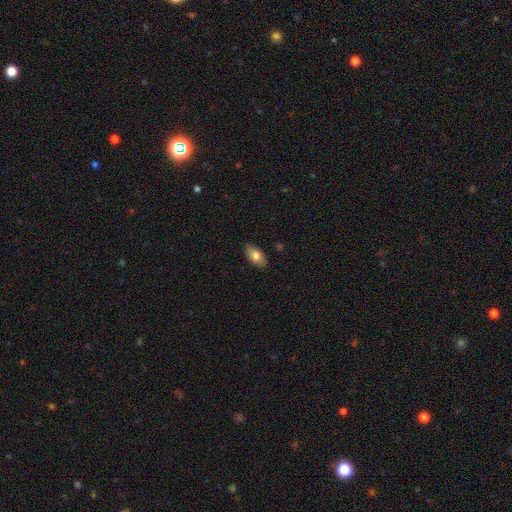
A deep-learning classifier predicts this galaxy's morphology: Smooth or featured: smooth — 78% (featured or disk — 15%)
How rounded: in between — 91% (cigar-shaped — 5%)
Merging: none — 87% (minor disturbance — 10%)